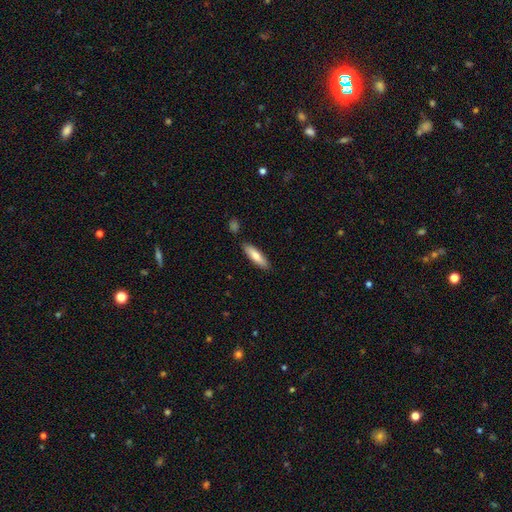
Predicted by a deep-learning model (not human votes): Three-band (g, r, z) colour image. It shows a smooth galaxy with no disk features (75%) that is cigar-shaped (66%). Merging: none (86%).